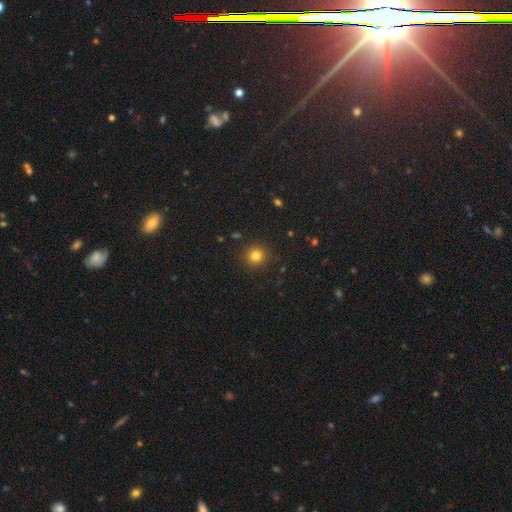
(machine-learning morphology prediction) Overall: smooth (80%). How rounded: round (92%). Merging: none (90%).